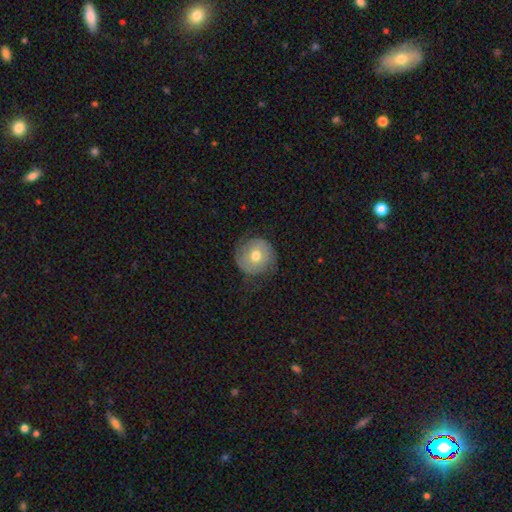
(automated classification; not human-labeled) smooth 49%, featured or disk 43%, star or artifact 8%. Down the decision tree: merging — none (69%).